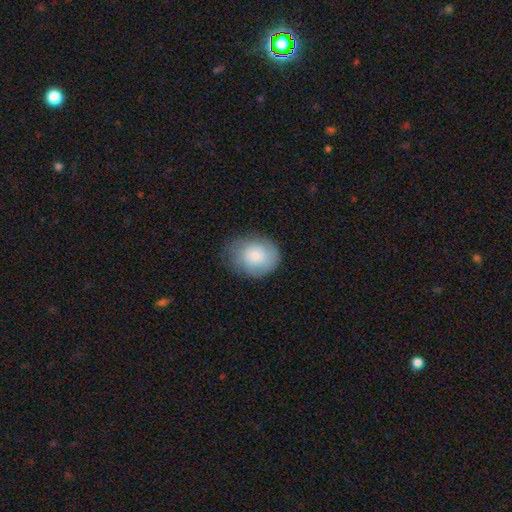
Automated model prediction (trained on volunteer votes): smooth 76%, featured or disk 17%, star or artifact 7%. Down the decision tree: how rounded — round (55%); merging — none (66%).